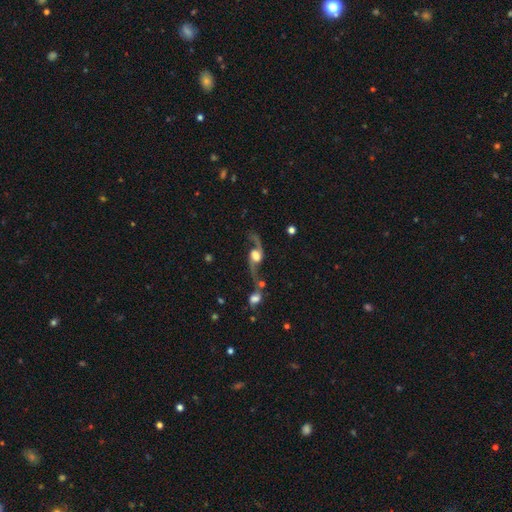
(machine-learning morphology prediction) Overall: featured or disk (85%). Edge-on disk: no (91%). Bar: no (55%; weak 34%). Spiral arms: yes (95%). Spiral arm count: 2 (94%). Spiral winding: loose (89%). Bulge size: large (48%; moderate 34%). Merging: none (49%; merger 25%).